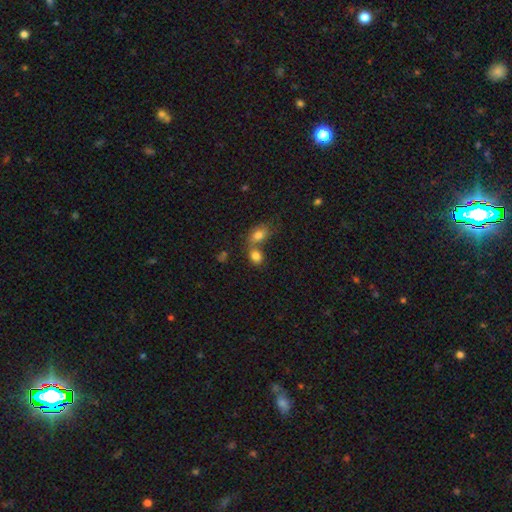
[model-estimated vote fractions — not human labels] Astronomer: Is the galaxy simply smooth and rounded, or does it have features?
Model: smooth — 81%.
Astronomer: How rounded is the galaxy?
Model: in between — 65%.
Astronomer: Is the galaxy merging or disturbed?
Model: merger — 55% (runner-up: none, 33%).